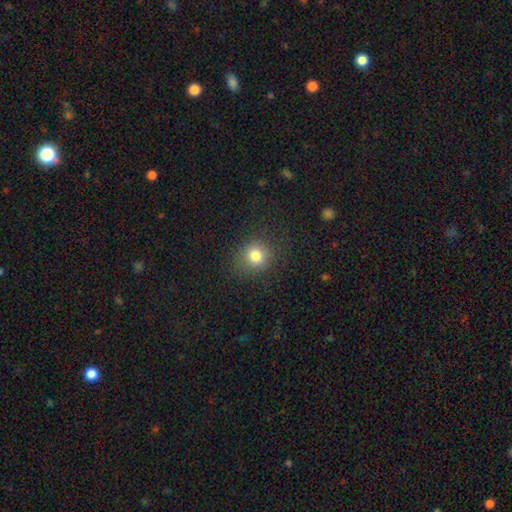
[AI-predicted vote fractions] Smooth or featured?
  - smooth: 80% *
  - star or artifact: 14%
  - featured or disk: 6%
How rounded?
  - round: 85% *
  - in between: 14%
  - cigar-shaped: 1%
Merging?
  - none: 85% *
  - minor disturbance: 10%
  - major disturbance: 4%
  - merger: 1%